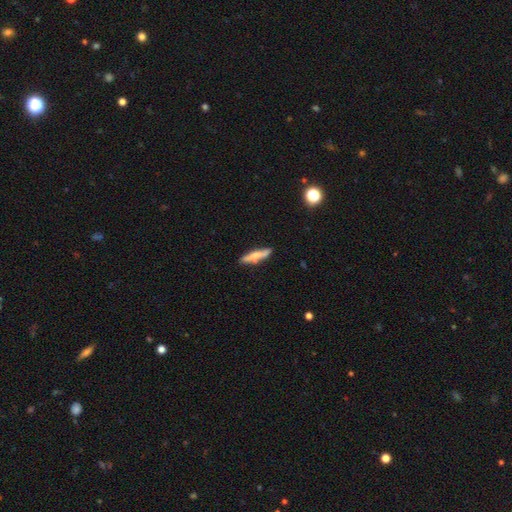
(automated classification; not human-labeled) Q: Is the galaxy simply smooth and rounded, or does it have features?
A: smooth — 65%.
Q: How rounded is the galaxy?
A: cigar-shaped — 83%.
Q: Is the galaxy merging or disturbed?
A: none — 78%.